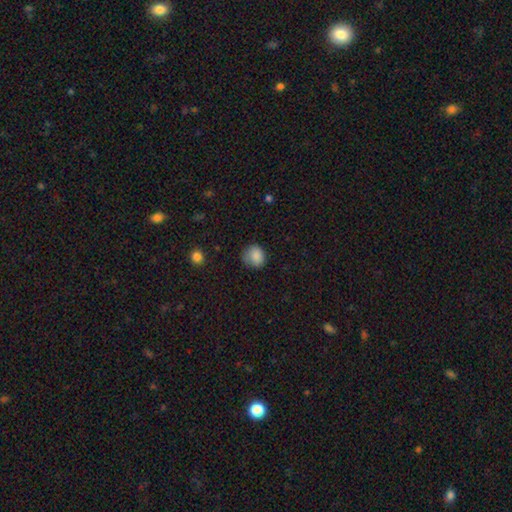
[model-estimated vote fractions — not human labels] Overall: smooth (86%). How rounded: round (81%). Merging: none (70%).